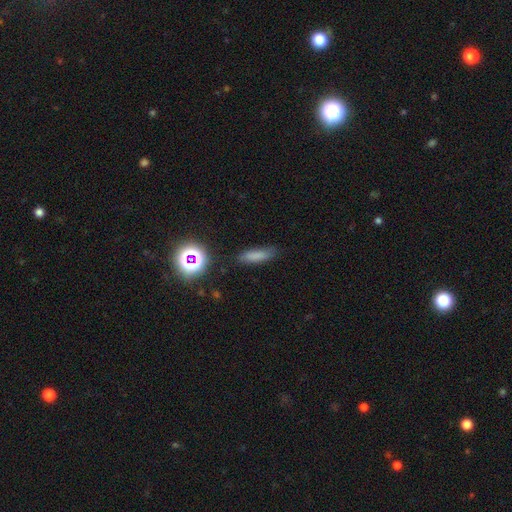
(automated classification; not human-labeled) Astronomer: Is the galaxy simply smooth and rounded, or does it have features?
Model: smooth — 76%.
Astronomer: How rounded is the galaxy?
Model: cigar-shaped — 63%.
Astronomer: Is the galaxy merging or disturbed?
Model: none — 79%.